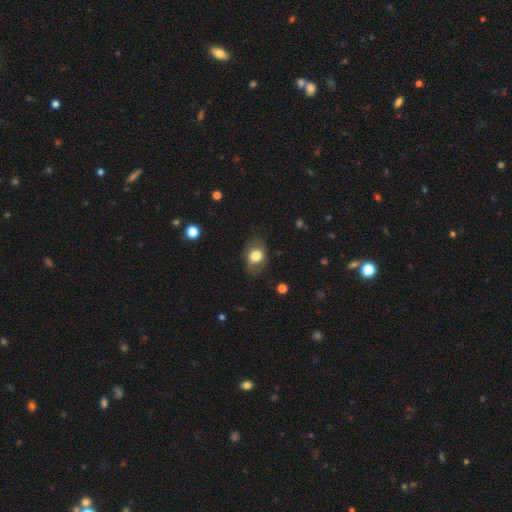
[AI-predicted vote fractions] smooth_or_featured: smooth (p=0.70) [alt: featured or disk p=0.22]
how_rounded: in between (p=0.70) [alt: round p=0.29]
merging: none (p=0.75) [alt: minor disturbance p=0.17]